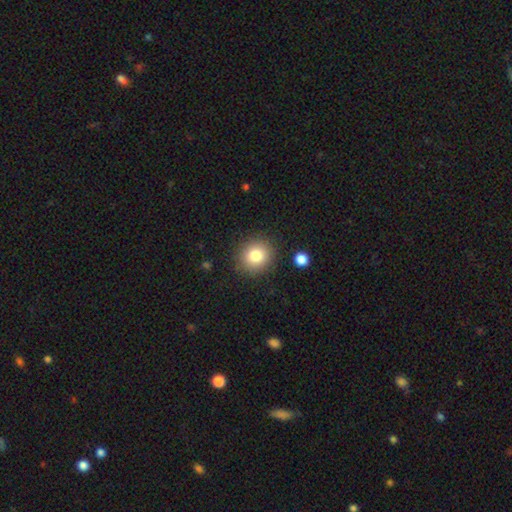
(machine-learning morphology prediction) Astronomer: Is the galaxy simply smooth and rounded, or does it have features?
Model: smooth — 81%.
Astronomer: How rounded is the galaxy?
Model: round — 86%.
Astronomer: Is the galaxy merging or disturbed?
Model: none — 87%.